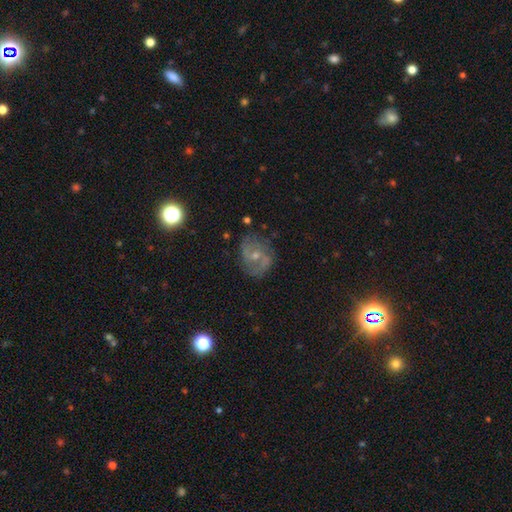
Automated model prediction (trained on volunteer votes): A featured or disk galaxy (77%) with no bar (46%), 2 (80%) medium (50%) spiral arms (91%) and a small central bulge (59%). Merging: none (72%).